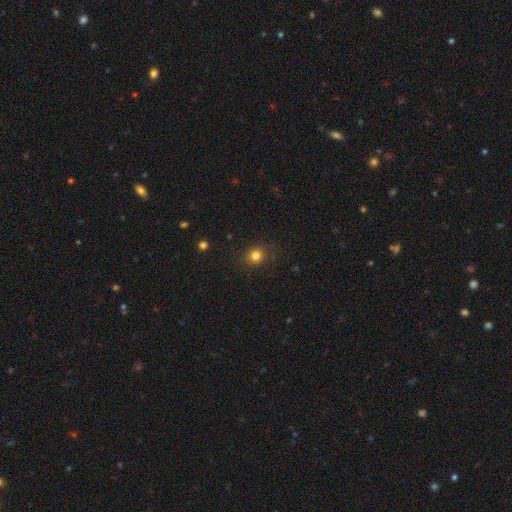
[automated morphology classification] type=smooth (81%); roundness=round (83%); merging=none (88%).